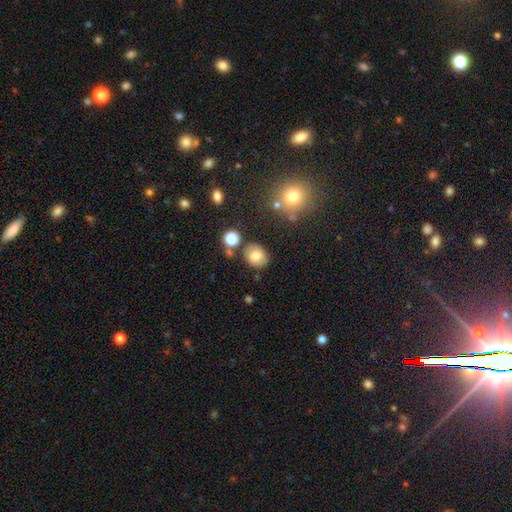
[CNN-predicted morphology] The model was most divided on "how rounded": round: 64%, in between: 35%, cigar-shaped: 1%. More confident: merging — none (80%); smooth or featured — smooth (75%).